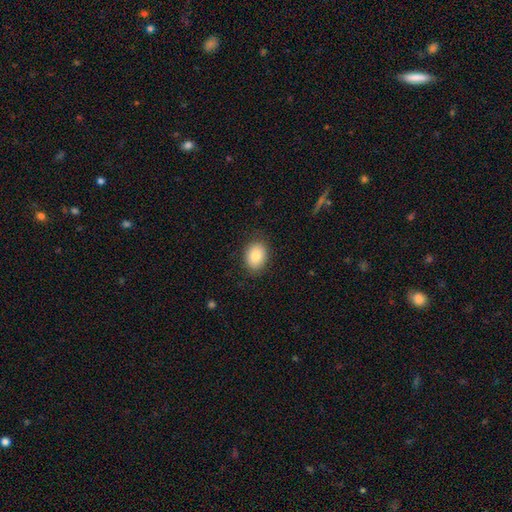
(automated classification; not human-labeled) A smooth galaxy with no disk features (85%) that is in between round and cigar-shaped (64%). Merging: none (85%).